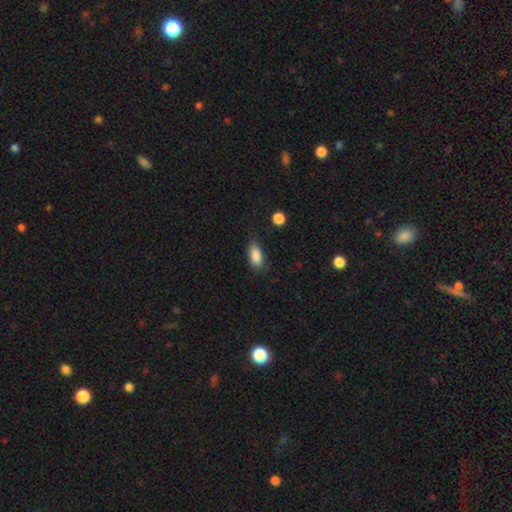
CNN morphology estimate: smooth 86%, star or artifact 8%, featured or disk 6%. Down the decision tree: how rounded — in between (87%); merging — none (73%).